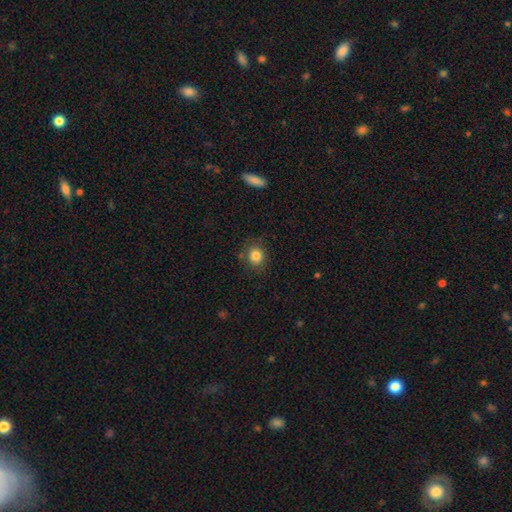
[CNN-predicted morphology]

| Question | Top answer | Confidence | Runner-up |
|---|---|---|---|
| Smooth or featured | smooth | 83% | star or artifact (11%) |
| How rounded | round | 82% | in between (18%) |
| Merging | none | 82% | minor disturbance (12%) |